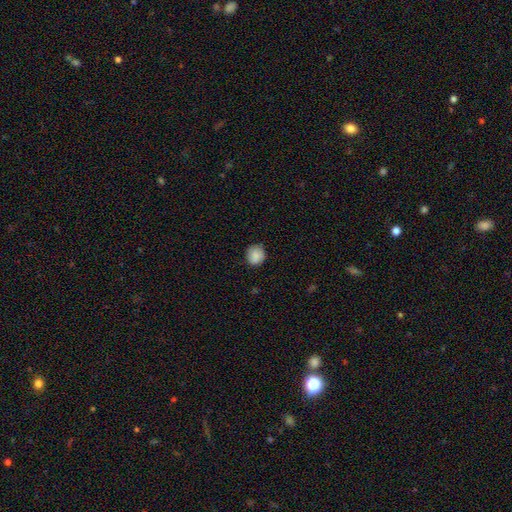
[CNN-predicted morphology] Smooth or featured?
  - smooth: 87% *
  - star or artifact: 8%
  - featured or disk: 6%
How rounded?
  - round: 79% *
  - in between: 20%
  - cigar-shaped: 1%
Merging?
  - none: 81% *
  - minor disturbance: 15%
  - major disturbance: 3%
  - merger: 1%